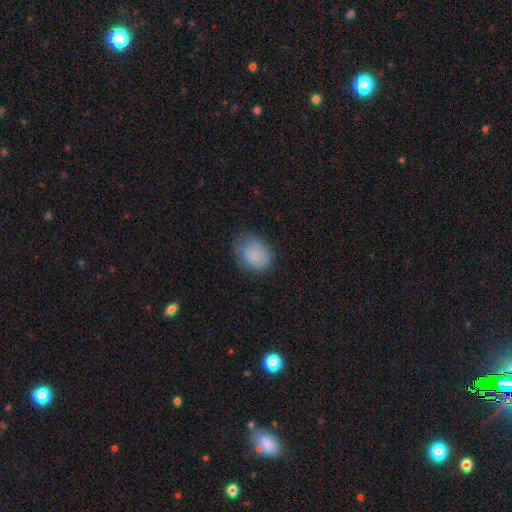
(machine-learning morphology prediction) Smooth or featured? smooth (80%)
How rounded? in between (56%)
Merging? none (58%)